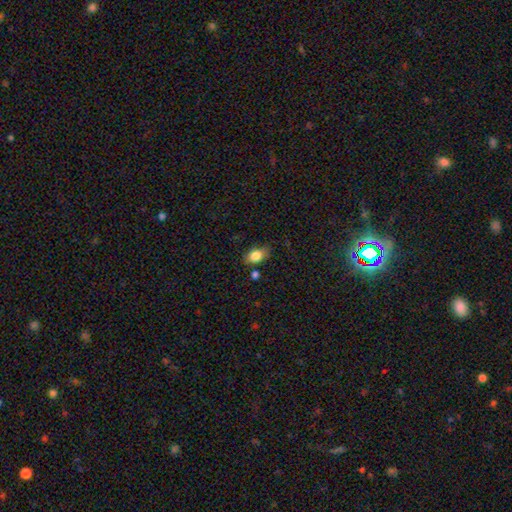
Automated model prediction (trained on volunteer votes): The model was most divided on "merging": none: 74%, minor disturbance: 18%, merger: 4%, major disturbance: 4%. More confident: how rounded — in between (83%); smooth or featured — smooth (82%).